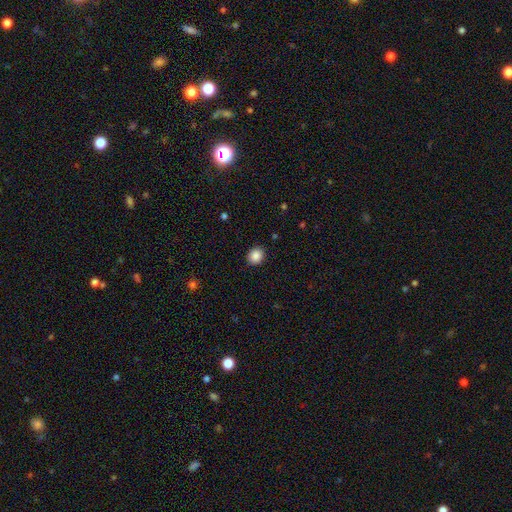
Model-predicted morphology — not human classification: Smooth or featured? smooth (87%)
How rounded? round (67%)
Merging? none (90%)